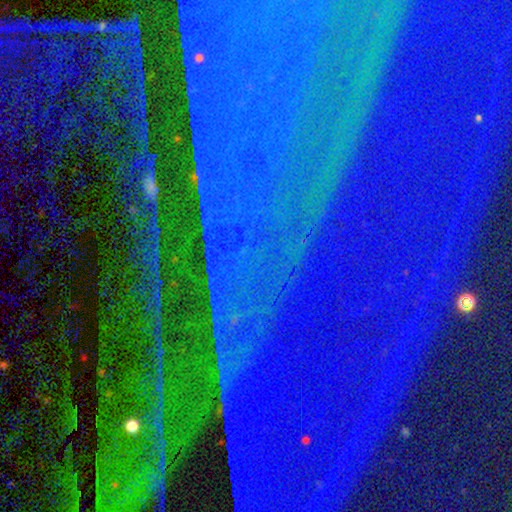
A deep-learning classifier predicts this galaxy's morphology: type=star or artifact (89%).